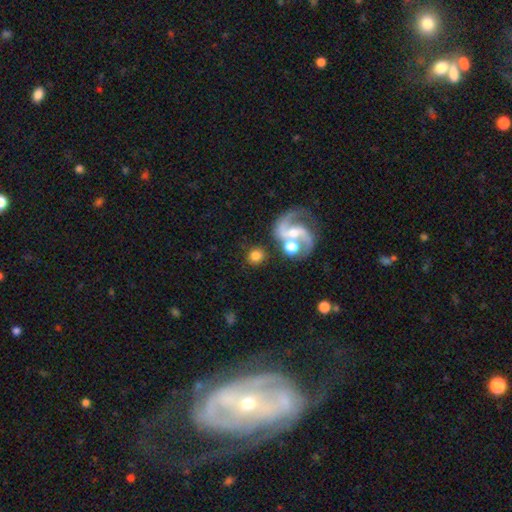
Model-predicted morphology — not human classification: type=smooth (67%); roundness=round (90%); merging=none (76%).